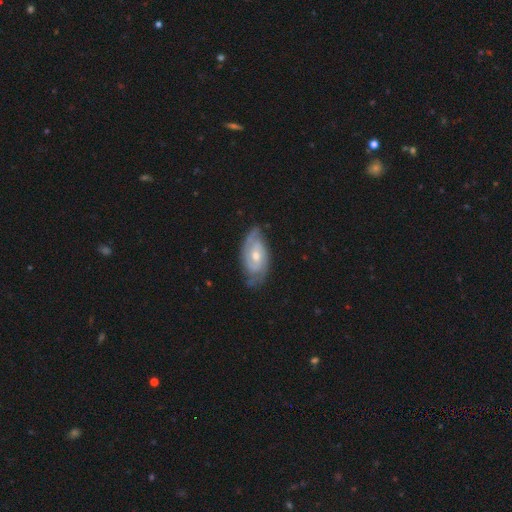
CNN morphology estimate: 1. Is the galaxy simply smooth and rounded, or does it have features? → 85% featured or disk, 10% smooth, 5% star or artifact.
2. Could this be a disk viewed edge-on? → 95% no, 5% yes.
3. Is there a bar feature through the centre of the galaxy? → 57% no, 35% weak, 8% strong.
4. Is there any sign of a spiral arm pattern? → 95% yes, 5% no.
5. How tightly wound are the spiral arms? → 58% tight, 34% medium, 8% loose.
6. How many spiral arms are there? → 67% 2, 15% can't tell, 10% 3, 3% 1, 3% 4, 2% more than 4.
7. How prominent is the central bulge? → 59% moderate, 37% small, 2% large, 1% none, 1% dominant.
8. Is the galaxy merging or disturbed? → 76% none, 18% minor disturbance, 5% major disturbance, 1% merger.